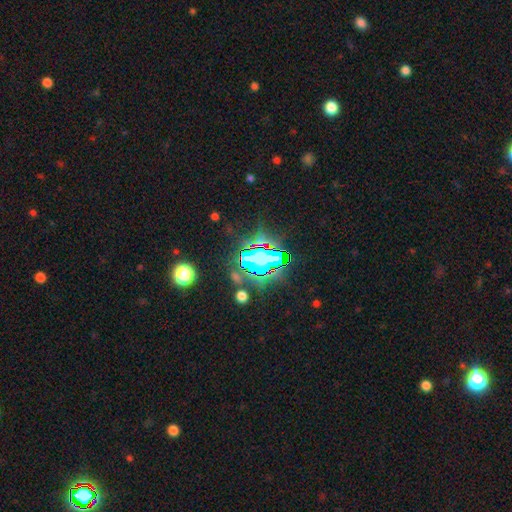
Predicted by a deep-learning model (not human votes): smooth-or-featured: star or artifact: 80% | smooth: 11% | featured or disk: 9%